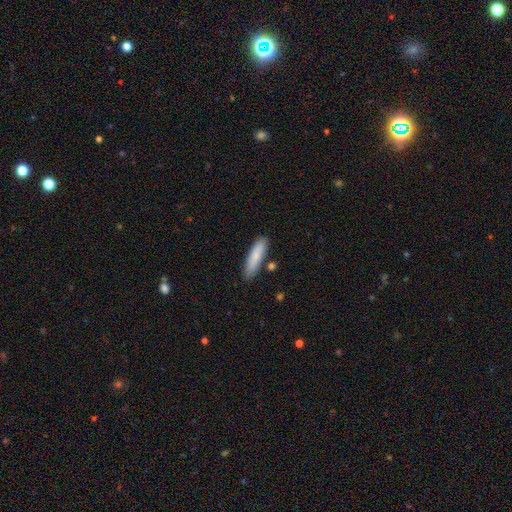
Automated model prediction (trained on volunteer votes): smooth-or-featured: smooth: 82% | featured or disk: 12% | star or artifact: 6%
  how-rounded: cigar-shaped: 76% | in between: 23% | round: 1%
  merging: none: 83% | minor disturbance: 11% | merger: 4% | major disturbance: 2%